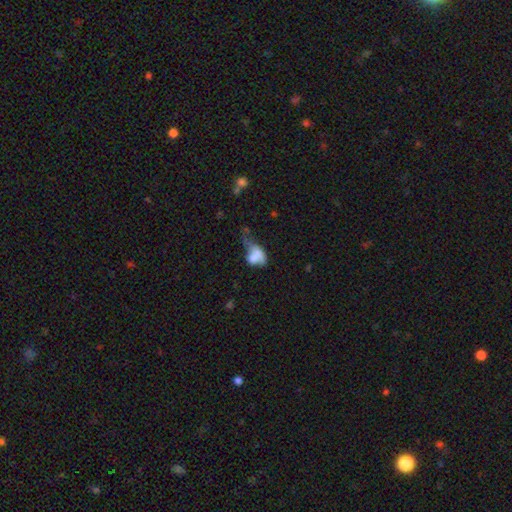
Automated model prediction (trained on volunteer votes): Q: Smooth or featured?
A: smooth (61%); runner-up: featured or disk (27%)
Q: How rounded?
A: in between (75%); runner-up: round (21%)
Q: Merging?
A: merger (35%); runner-up: major disturbance (32%)